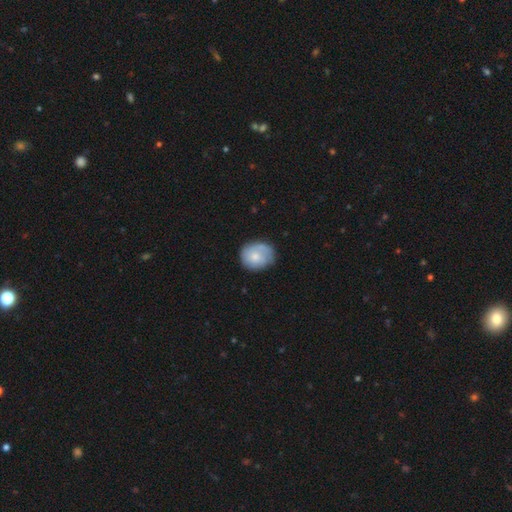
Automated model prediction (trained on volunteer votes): Q: Smooth or featured?
A: smooth (59%); runner-up: featured or disk (34%)
Q: How rounded?
A: round (69%); runner-up: in between (30%)
Q: Merging?
A: none (64%); runner-up: minor disturbance (26%)